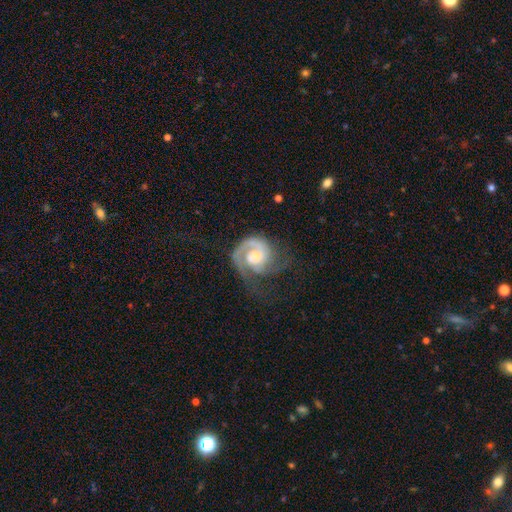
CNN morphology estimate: smooth_or_featured: featured or disk (p=0.86) [alt: smooth p=0.10]
disk_edge_on: no (p=0.98) [alt: yes p=0.02]
bar: no (p=0.69) [alt: weak p=0.26]
has_spiral_arms: yes (p=0.96) [alt: no p=0.04]
spiral_winding: tight (p=0.48) [alt: medium p=0.37]
spiral_arm_count: 1 (p=0.57) [alt: 2 p=0.27]
bulge_size: moderate (p=0.54) [alt: small p=0.36]
merging: none (p=0.52) [alt: major disturbance p=0.26]